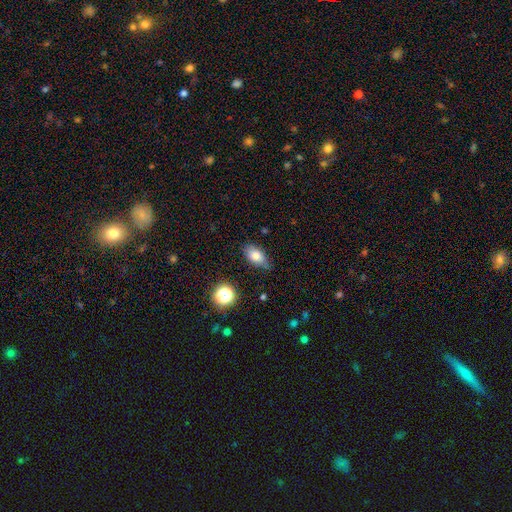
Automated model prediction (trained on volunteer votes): This is likely a smooth galaxy (77%). How rounded: clearly in between (88%). Merging: likely none (74%).